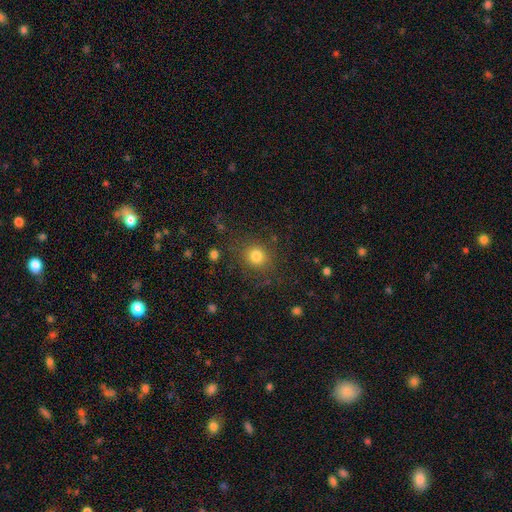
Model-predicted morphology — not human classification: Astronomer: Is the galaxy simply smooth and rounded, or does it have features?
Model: smooth — 80%.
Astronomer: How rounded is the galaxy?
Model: round — 84%.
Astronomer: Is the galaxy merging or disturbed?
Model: none — 81%.